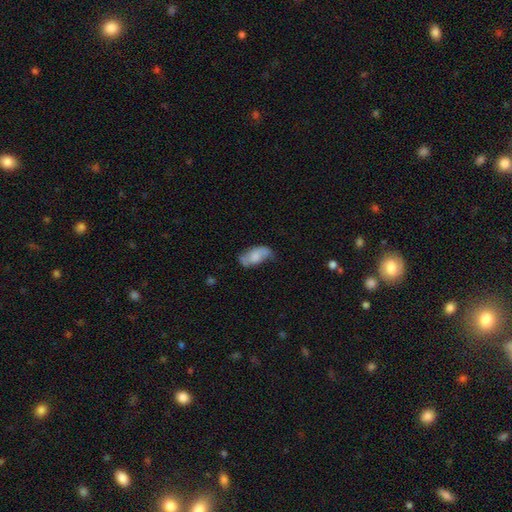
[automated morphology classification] This is likely a smooth galaxy (62%). How rounded: clearly in between (91%). Merging: possibly none (50%).